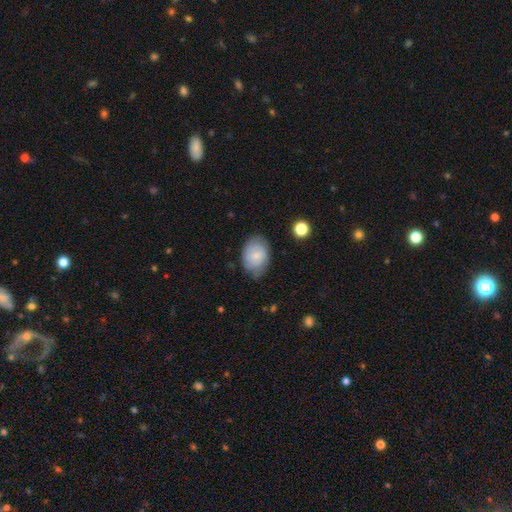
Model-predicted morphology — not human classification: Smooth or featured: smooth — 56% (featured or disk — 37%)
How rounded: in between — 78% (round — 21%)
Merging: none — 67% (minor disturbance — 25%)